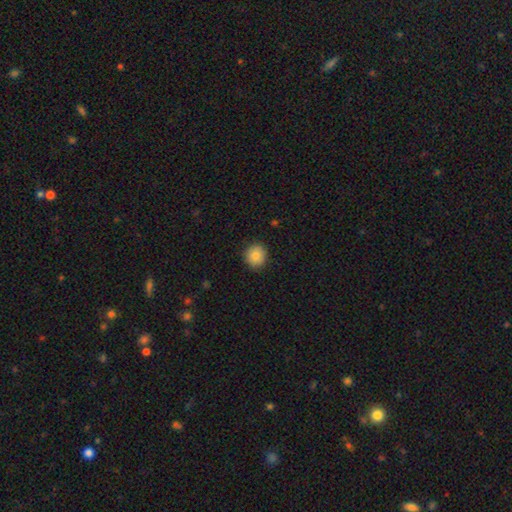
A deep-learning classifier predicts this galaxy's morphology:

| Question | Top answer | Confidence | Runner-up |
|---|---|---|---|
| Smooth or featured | smooth | 84% | star or artifact (9%) |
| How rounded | round | 87% | in between (12%) |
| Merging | none | 89% | minor disturbance (8%) |